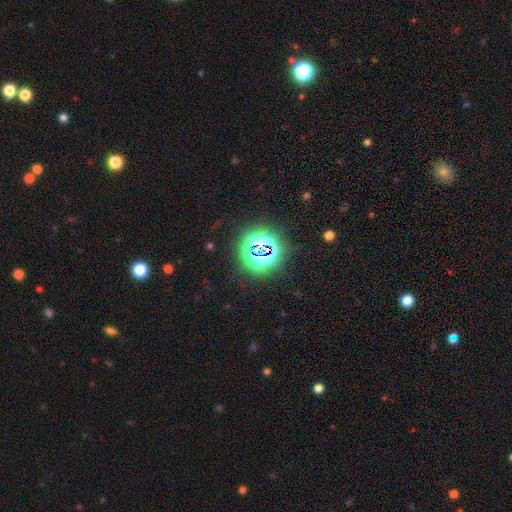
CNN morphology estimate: star or artifact 82%, smooth 11%, featured or disk 7%.